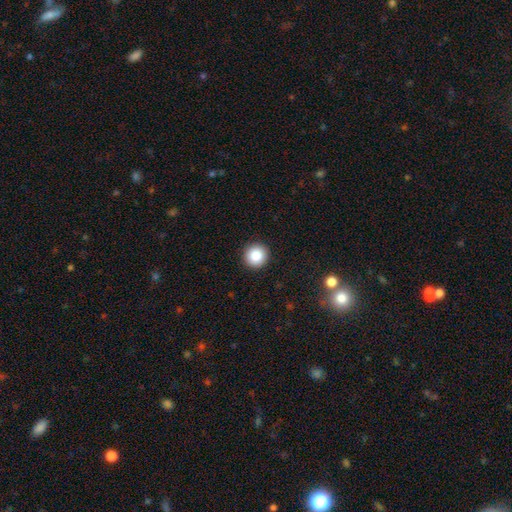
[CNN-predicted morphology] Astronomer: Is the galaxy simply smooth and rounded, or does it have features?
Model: smooth — 85%.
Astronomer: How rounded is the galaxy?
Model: round — 95%.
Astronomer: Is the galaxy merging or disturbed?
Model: none — 93%.